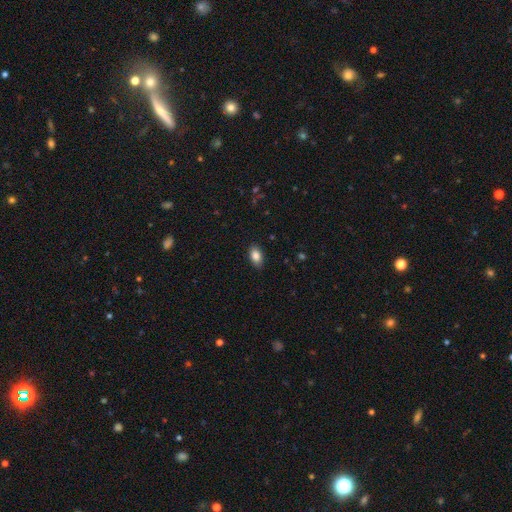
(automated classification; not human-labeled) Smooth or featured?
  - smooth: 87% *
  - star or artifact: 8%
  - featured or disk: 5%
How rounded?
  - in between: 91% *
  - round: 6%
  - cigar-shaped: 2%
Merging?
  - none: 88% *
  - minor disturbance: 9%
  - major disturbance: 2%
  - merger: 1%